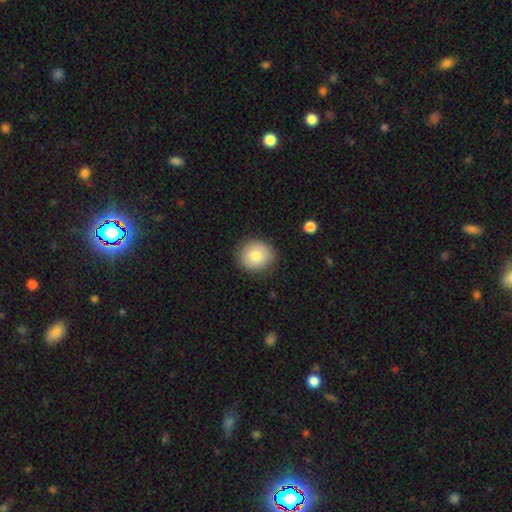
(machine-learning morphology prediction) A smooth galaxy with no disk features (77%) that is round (82%).

Vote fractions:
- Smooth or featured? smooth: 77% / featured or disk: 15% / star or artifact: 8%
- How rounded? round: 82% / in between: 17% / cigar-shaped: 1%
- Merging? none: 86% / minor disturbance: 11% / major disturbance: 3% / merger: 1%